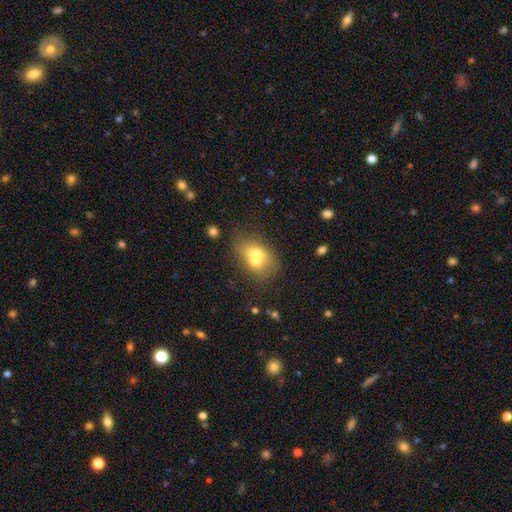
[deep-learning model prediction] Smooth or featured?
  - smooth: 60% *
  - featured or disk: 30%
  - star or artifact: 10%
How rounded?
  - in between: 64% *
  - round: 34%
  - cigar-shaped: 2%
Merging?
  - merger: 61% *
  - none: 26%
  - minor disturbance: 9%
  - major disturbance: 5%